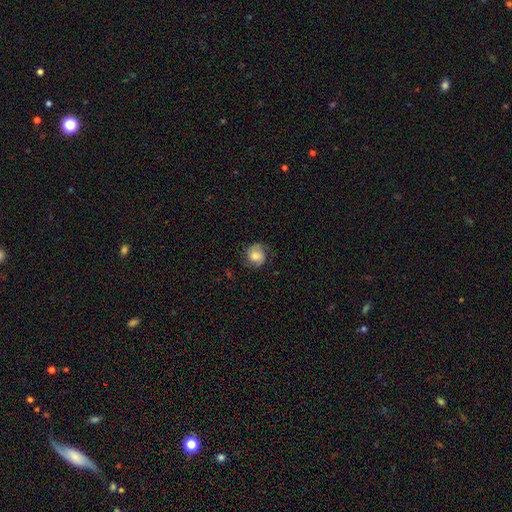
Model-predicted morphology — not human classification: Smooth or featured: smooth — 54% (featured or disk — 37%)
How rounded: round — 81% (in between — 18%)
Merging: none — 69% (minor disturbance — 21%)